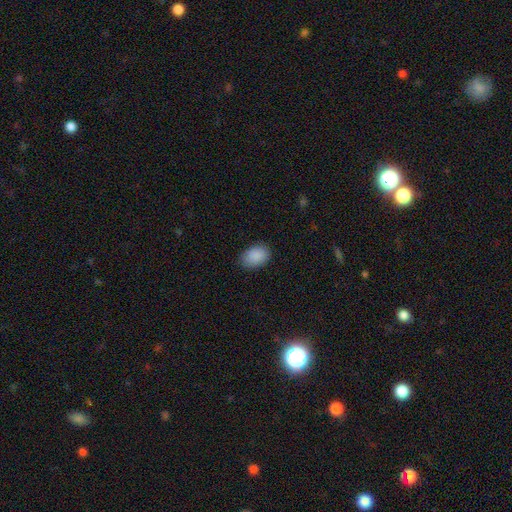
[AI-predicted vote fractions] This is clearly a smooth galaxy (90%). How rounded: clearly in between (82%). Merging: clearly none (83%).